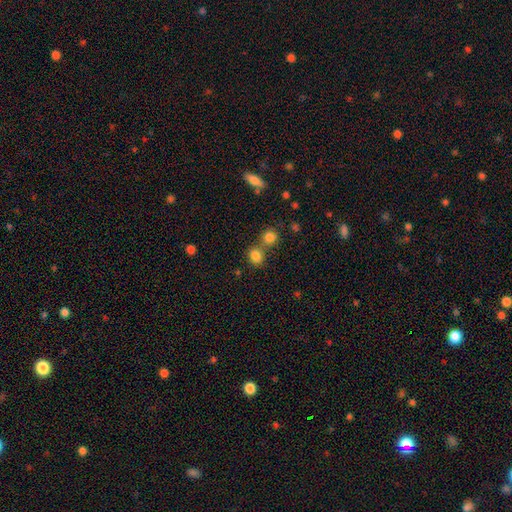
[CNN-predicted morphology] The model was most divided on "how rounded": round: 58%, in between: 40%, cigar-shaped: 1%. More confident: smooth or featured — smooth (82%); merging — none (53%).